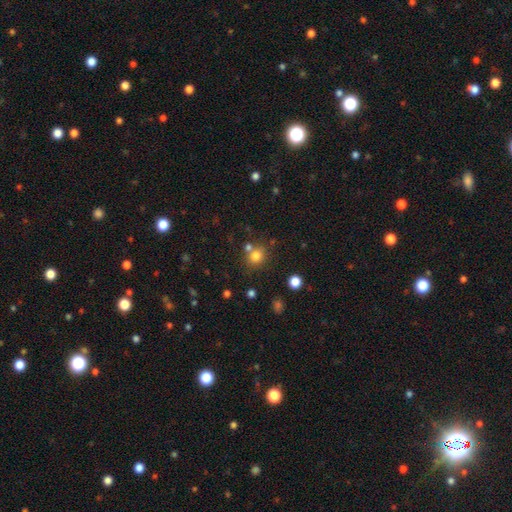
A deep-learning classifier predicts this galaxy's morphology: Smooth or featured: smooth — 78% (star or artifact — 14%)
How rounded: round — 76% (in between — 23%)
Merging: none — 65% (merger — 21%)